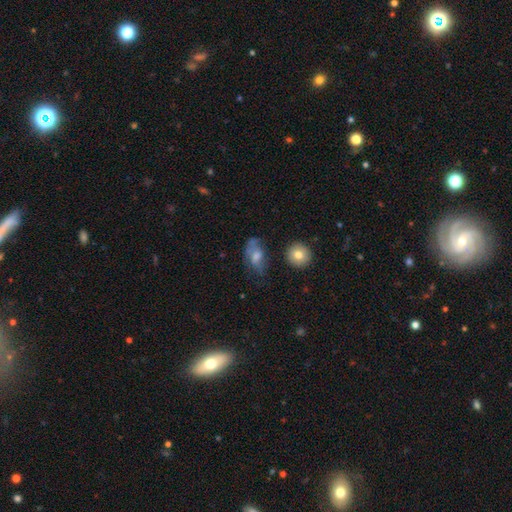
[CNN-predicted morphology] Smooth or featured? Predicted: smooth (p=0.56). How rounded? Predicted: in between (p=0.86). Merging? Predicted: none (p=0.43).